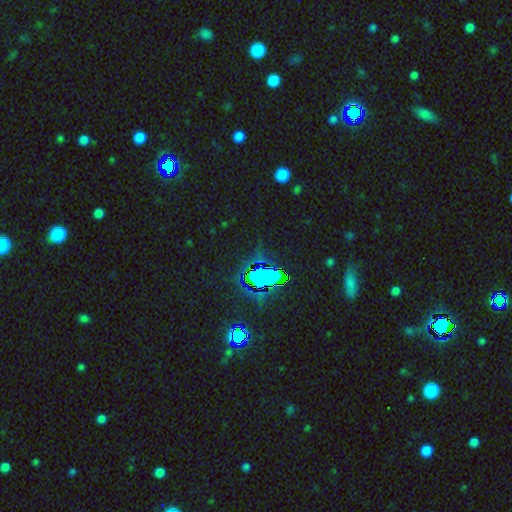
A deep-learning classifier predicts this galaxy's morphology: This is clearly a star or artifact rather than a galaxy (82%).